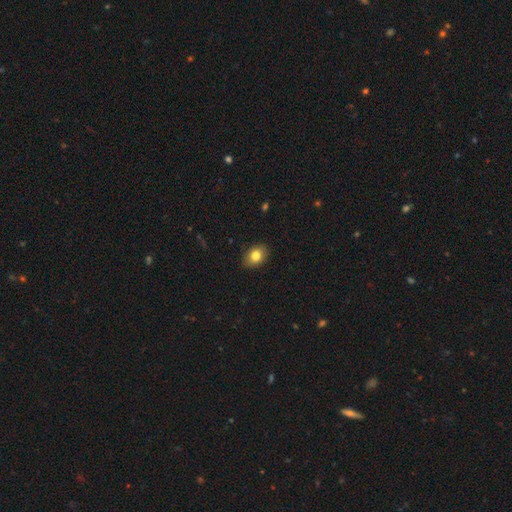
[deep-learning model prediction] Smooth or featured? smooth (82%)
How rounded? in between (70%)
Merging? none (87%)